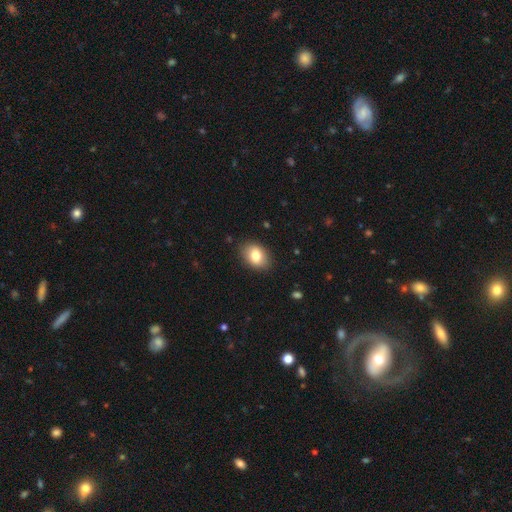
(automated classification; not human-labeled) The model was most divided on "how rounded": in between: 75%, round: 24%, cigar-shaped: 1%. More confident: merging — none (87%); smooth or featured — smooth (80%).